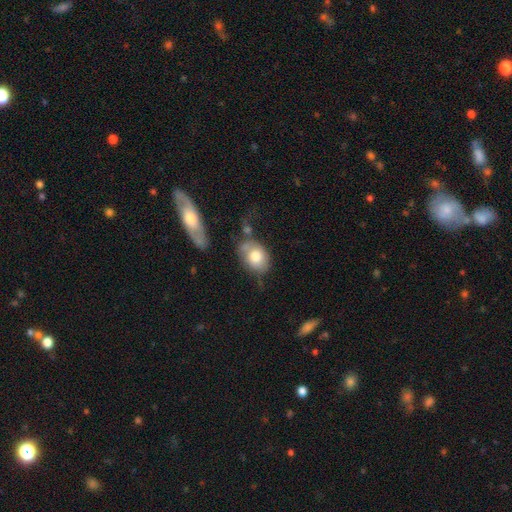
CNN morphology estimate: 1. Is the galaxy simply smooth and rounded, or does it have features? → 75% smooth, 19% featured or disk, 6% star or artifact.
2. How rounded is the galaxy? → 71% in between, 28% round, 2% cigar-shaped.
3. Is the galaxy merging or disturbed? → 45% none, 25% minor disturbance, 16% merger, 13% major disturbance.